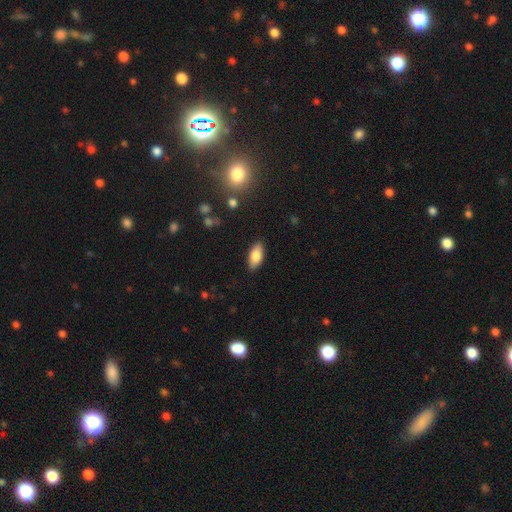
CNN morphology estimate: Smooth or featured: smooth — 80% (featured or disk — 13%)
How rounded: in between — 89% (cigar-shaped — 9%)
Merging: none — 87% (minor disturbance — 10%)